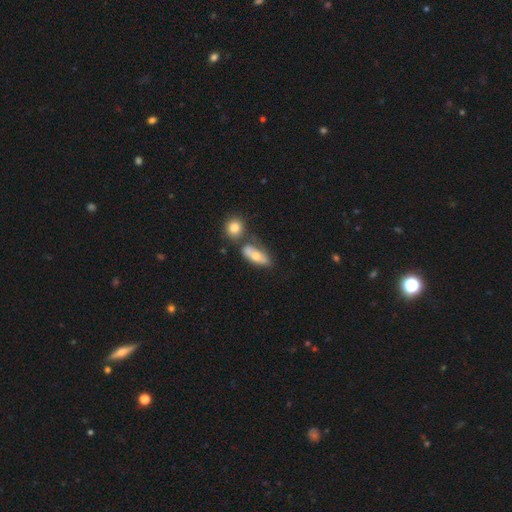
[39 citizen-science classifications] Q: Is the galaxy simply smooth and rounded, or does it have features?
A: featured or disk — 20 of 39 (51%).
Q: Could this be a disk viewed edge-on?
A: no — 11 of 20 (55%).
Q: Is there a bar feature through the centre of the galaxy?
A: no — 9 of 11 (82%).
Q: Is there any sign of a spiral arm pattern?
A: no — 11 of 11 (100%).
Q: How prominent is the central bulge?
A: moderate — 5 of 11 (45%).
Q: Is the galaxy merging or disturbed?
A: none — 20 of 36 (56%).